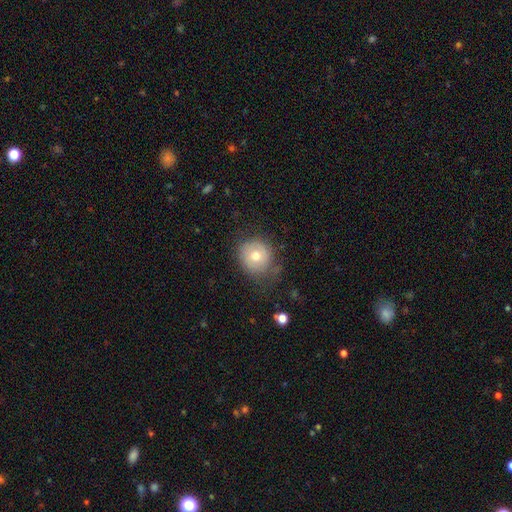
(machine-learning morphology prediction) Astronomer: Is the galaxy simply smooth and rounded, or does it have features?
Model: smooth — 63%.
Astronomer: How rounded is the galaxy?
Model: round — 85%.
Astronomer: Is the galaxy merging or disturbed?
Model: none — 65%.